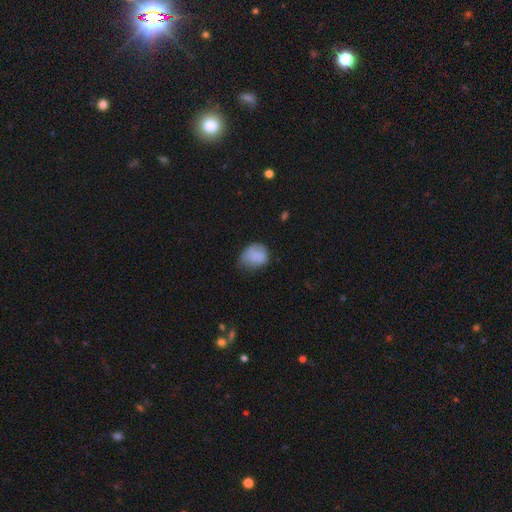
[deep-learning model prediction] Smooth or featured?
  - smooth: 79% *
  - featured or disk: 12%
  - star or artifact: 9%
How rounded?
  - round: 52% *
  - in between: 47%
  - cigar-shaped: 1%
Merging?
  - none: 41% * (tied)
  - minor disturbance: 41% * (tied)
  - major disturbance: 17%
  - merger: 2%